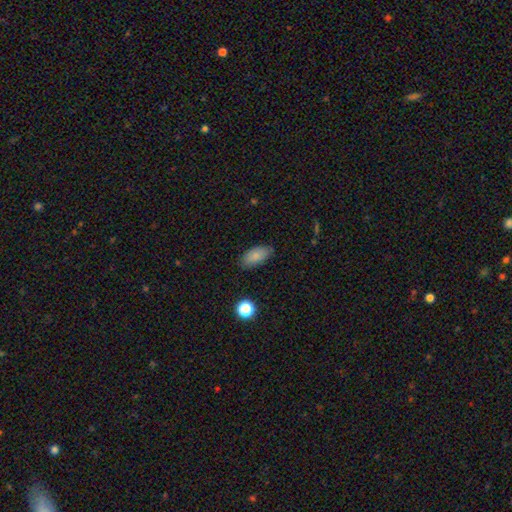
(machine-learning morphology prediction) Q: Smooth or featured?
A: smooth (83%); runner-up: featured or disk (9%)
Q: How rounded?
A: in between (91%); runner-up: cigar-shaped (5%)
Q: Merging?
A: none (82%); runner-up: minor disturbance (14%)